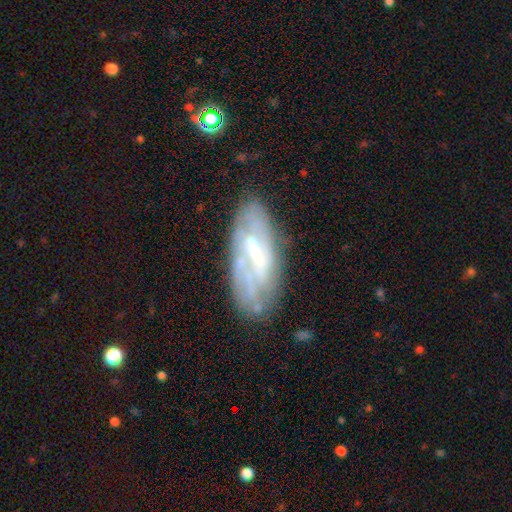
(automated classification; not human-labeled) This appears to be a featured or disk galaxy (62%) with a strong bar (37%), no spiral arms (60%) and a moderate central bulge (35%). Merging: none (59%).